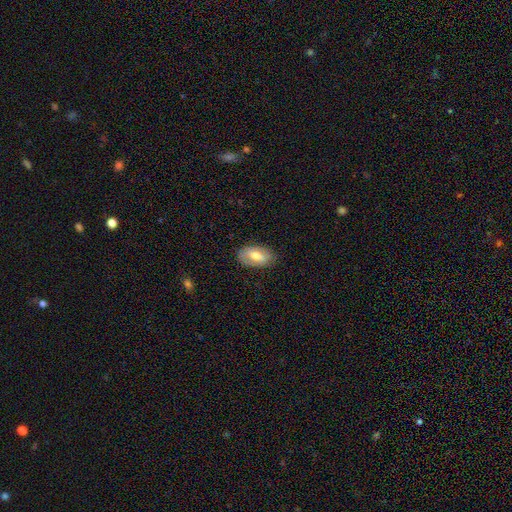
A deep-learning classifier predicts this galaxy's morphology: smooth_or_featured: smooth (p=0.54) [alt: featured or disk p=0.40]
how_rounded: in between (p=0.91) [alt: round p=0.06]
merging: none (p=0.83) [alt: minor disturbance p=0.13]